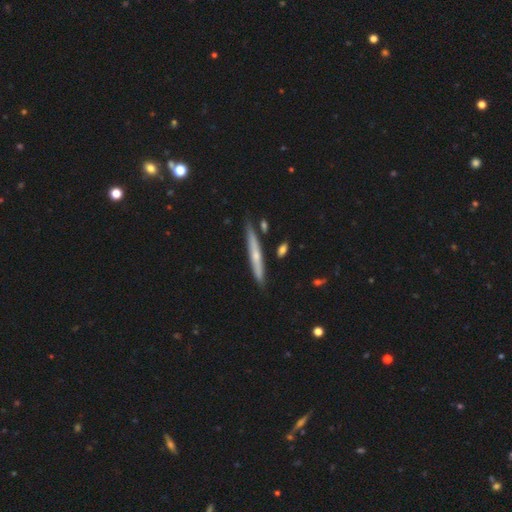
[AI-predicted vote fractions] Smooth or featured? featured or disk (52%)
Edge-on disk? yes (94%)
Merging? none (84%)